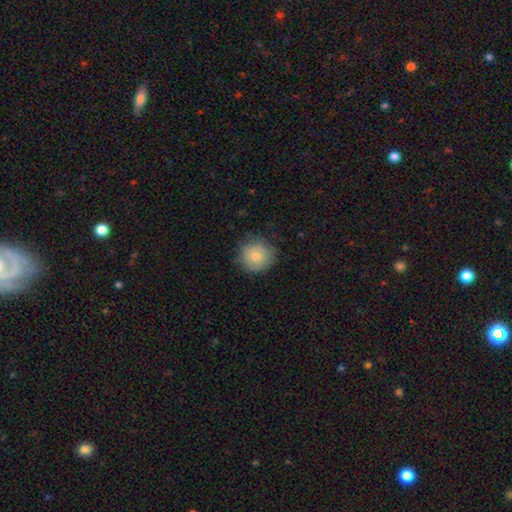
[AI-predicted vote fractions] Smooth or featured? Predicted: smooth (p=0.80). How rounded? Predicted: round (p=0.92). Merging? Predicted: none (p=0.74).